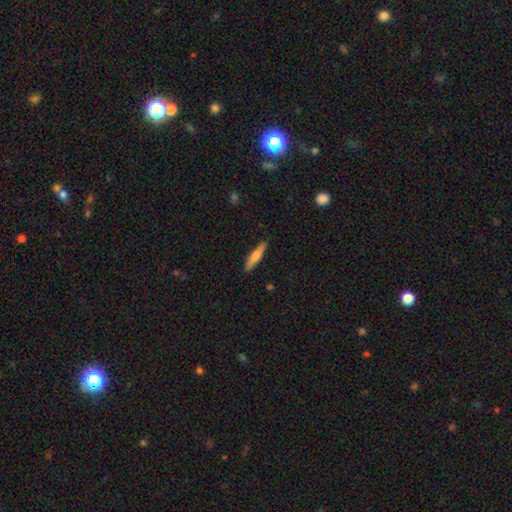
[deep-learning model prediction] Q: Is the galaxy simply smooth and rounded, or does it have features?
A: smooth — 58%.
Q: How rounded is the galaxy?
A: cigar-shaped — 84%.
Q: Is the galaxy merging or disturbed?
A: none — 90%.